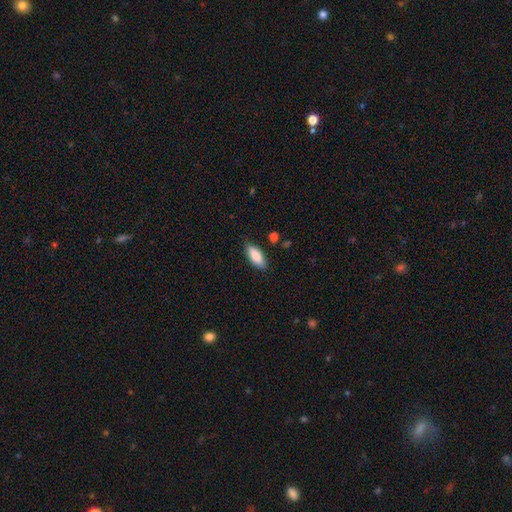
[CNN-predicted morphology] A smooth galaxy with no disk features (84%) that is in between round and cigar-shaped (80%).

Vote fractions:
- Smooth or featured? smooth: 84% / featured or disk: 10% / star or artifact: 6%
- How rounded? in between: 80% / cigar-shaped: 18% / round: 2%
- Merging? none: 84% / minor disturbance: 12% / major disturbance: 2% / merger: 2%